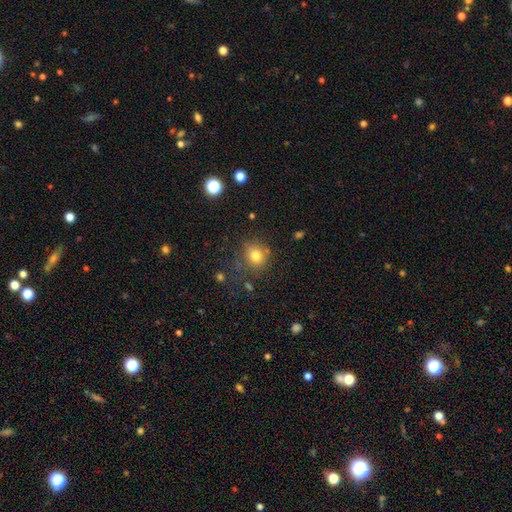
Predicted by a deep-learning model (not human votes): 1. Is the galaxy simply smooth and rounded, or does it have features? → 78% smooth, 14% star or artifact, 8% featured or disk.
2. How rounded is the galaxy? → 85% round, 14% in between, 1% cigar-shaped.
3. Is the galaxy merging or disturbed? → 75% none, 14% minor disturbance, 6% merger, 5% major disturbance.